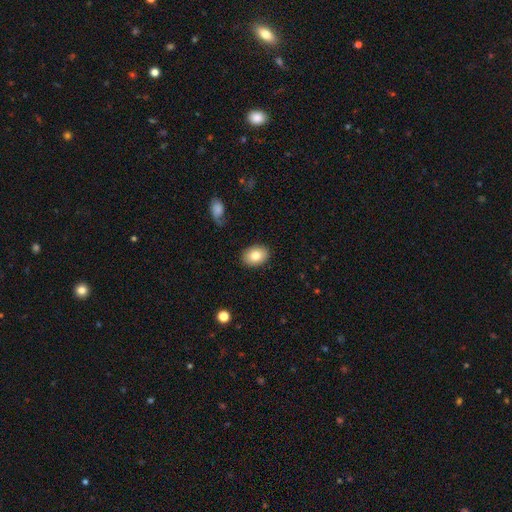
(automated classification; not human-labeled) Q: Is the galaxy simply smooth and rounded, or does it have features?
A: smooth — 82%.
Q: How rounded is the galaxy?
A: in between — 74%.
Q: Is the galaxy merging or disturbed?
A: none — 88%.